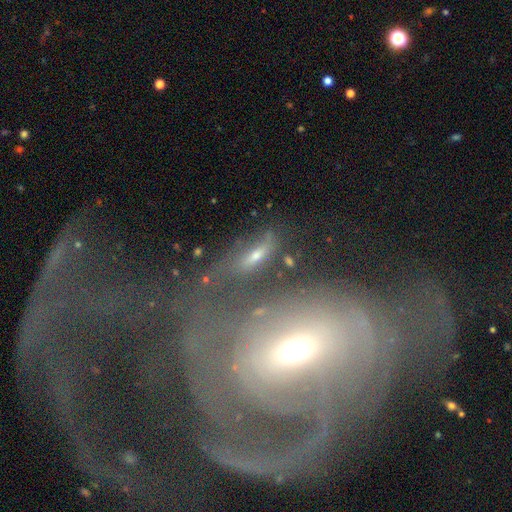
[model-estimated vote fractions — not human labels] Smooth or featured: featured or disk — 61% (smooth — 25%)
Edge-on disk: no — 86% (yes — 14%)
Bar: no — 53% (weak — 29%)
Spiral arms: yes — 58% (no — 42%)
Bulge size: moderate — 58% (small — 29%)
Merging: none — 41% (major disturbance — 27%)